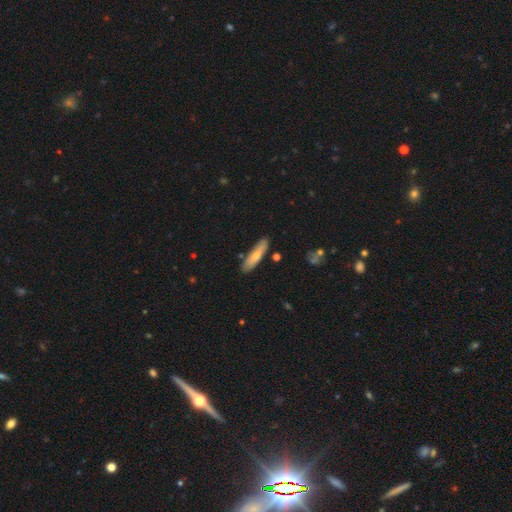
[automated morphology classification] Smooth or featured? Predicted: smooth (p=0.69). How rounded? Predicted: cigar-shaped (p=0.75). Merging? Predicted: none (p=0.84).